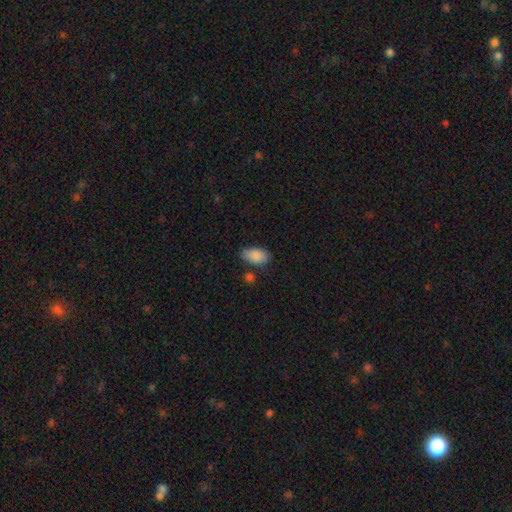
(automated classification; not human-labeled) Smooth or featured? Predicted: smooth (p=0.88). How rounded? Predicted: in between (p=0.92). Merging? Predicted: none (p=0.71).